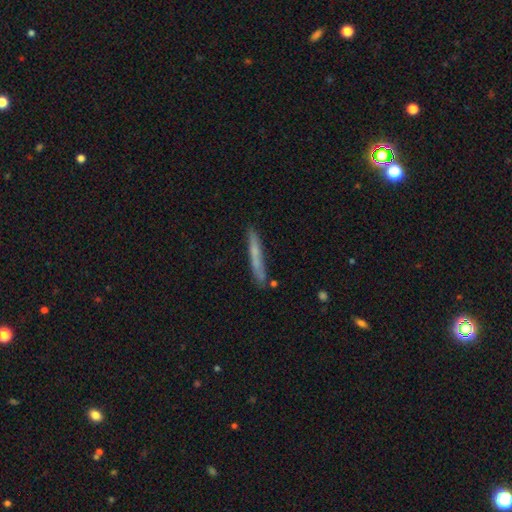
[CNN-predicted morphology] smooth-or-featured: smooth: 58% | featured or disk: 34% | star or artifact: 8%
  how-rounded: cigar-shaped: 96% | in between: 3% | round: 1%
  merging: none: 79% | minor disturbance: 14% | merger: 4% | major disturbance: 3%